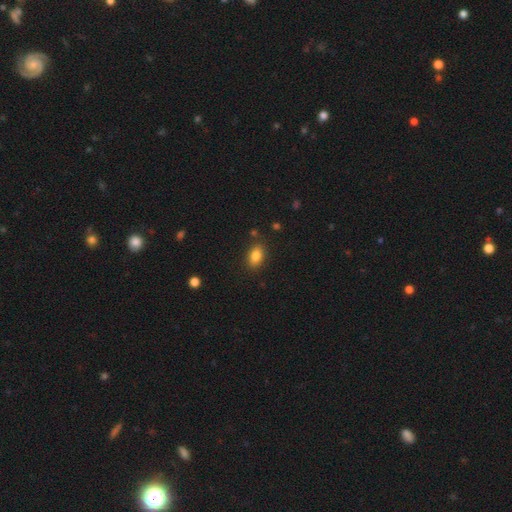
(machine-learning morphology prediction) Smooth or featured? Predicted: smooth (p=0.85). How rounded? Predicted: in between (p=0.87). Merging? Predicted: none (p=0.85).